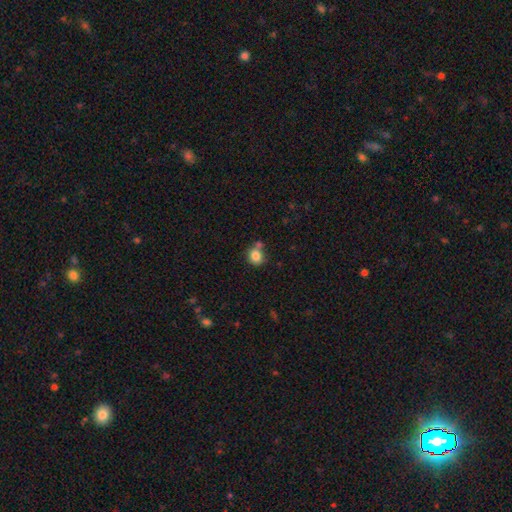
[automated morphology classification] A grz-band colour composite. It shows a smooth galaxy with no disk features (83%) that is round (69%). Merging: none (59%).